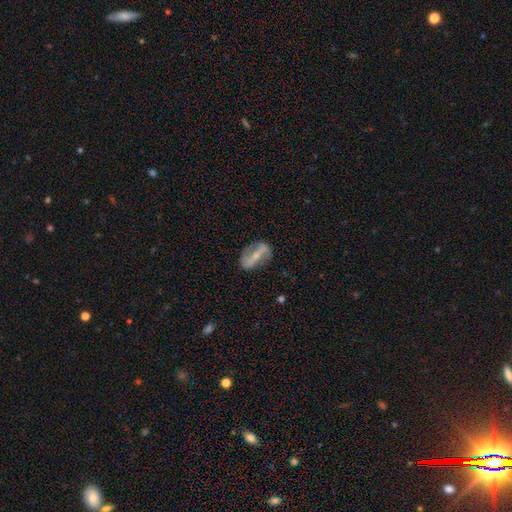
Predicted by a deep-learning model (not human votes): This is likely a featured or disk galaxy (73%). It is clearly not viewed edge-on (86%). Bar: likely strong (74%). Spiral arm pattern: likely yes (60%). Central bulge: likely small (61%). Merging: likely none (76%).